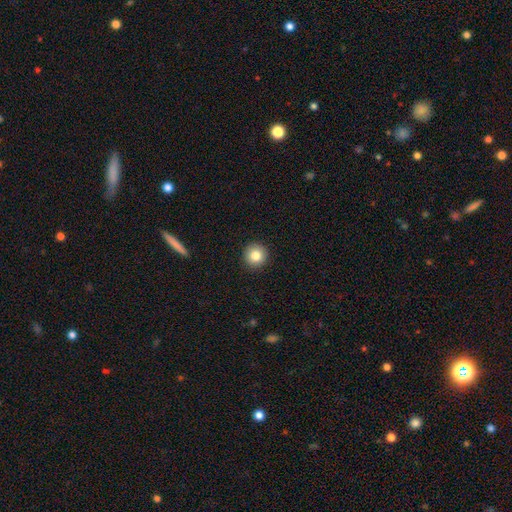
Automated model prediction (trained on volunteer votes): This is clearly a smooth galaxy (83%). How rounded: clearly round (95%). Merging: clearly none (92%).